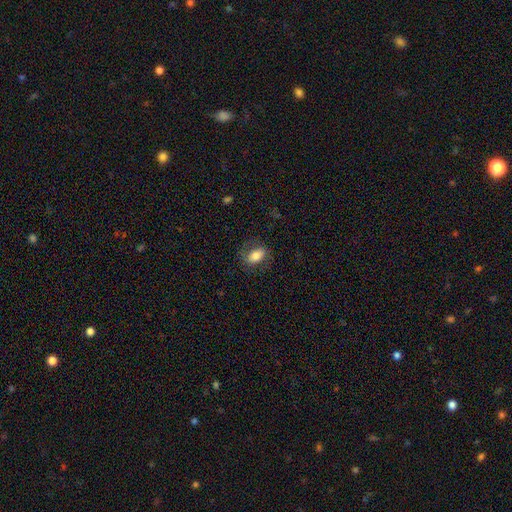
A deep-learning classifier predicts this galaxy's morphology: type=smooth (73%); roundness=in between (87%); merging=none (73%).